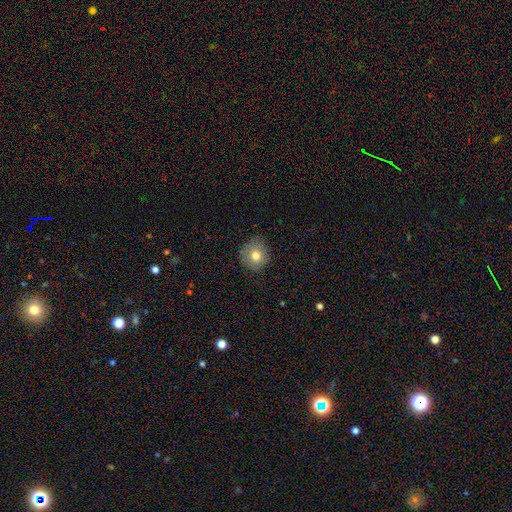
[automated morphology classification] Overall: smooth (76%). How rounded: round (86%). Merging: none (77%).